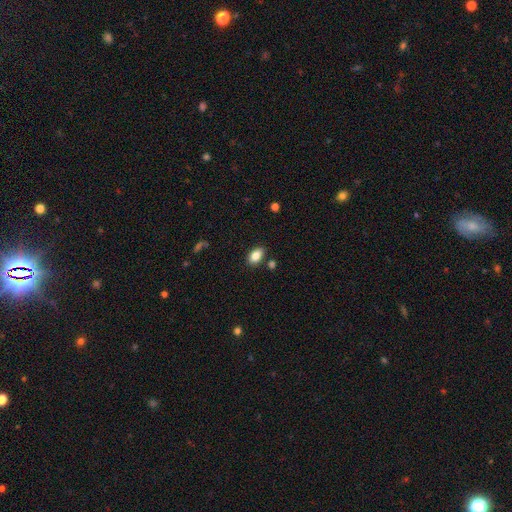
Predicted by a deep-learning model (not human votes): Smooth or featured? Predicted: smooth (p=0.84). How rounded? Predicted: in between (p=0.89). Merging? Predicted: none (p=0.82).